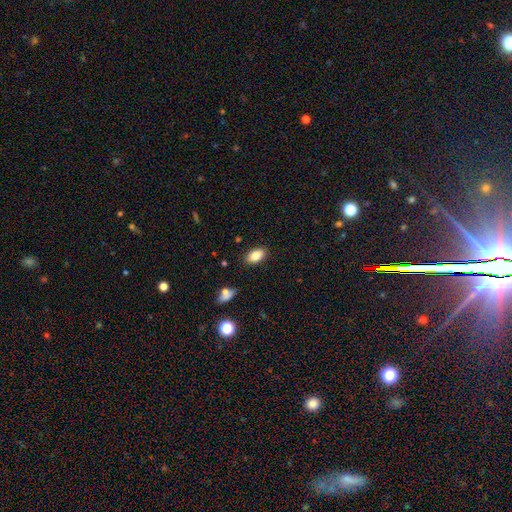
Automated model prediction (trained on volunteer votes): Overall: smooth (84%). How rounded: in between (92%). Merging: none (87%).